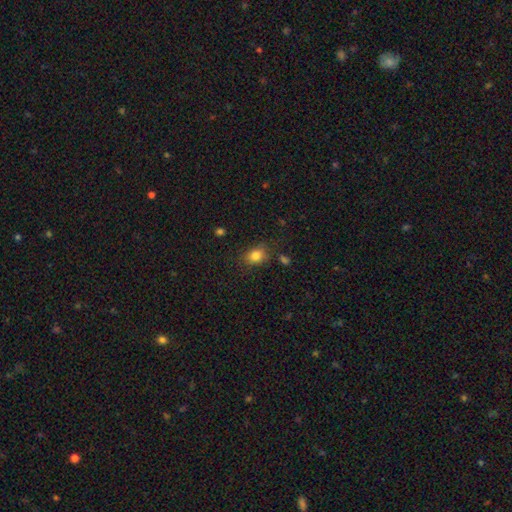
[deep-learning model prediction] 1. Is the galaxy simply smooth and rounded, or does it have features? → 83% smooth, 11% star or artifact, 7% featured or disk.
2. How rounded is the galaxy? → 56% in between, 43% round, 1% cigar-shaped.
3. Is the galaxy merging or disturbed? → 75% none, 16% minor disturbance, 5% major disturbance, 3% merger.